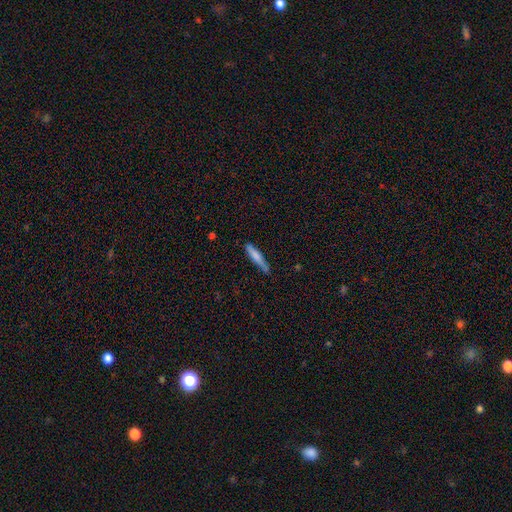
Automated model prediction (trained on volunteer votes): smooth 68%, featured or disk 26%, star or artifact 6%. Down the decision tree: how rounded — cigar-shaped (91%); merging — none (76%).